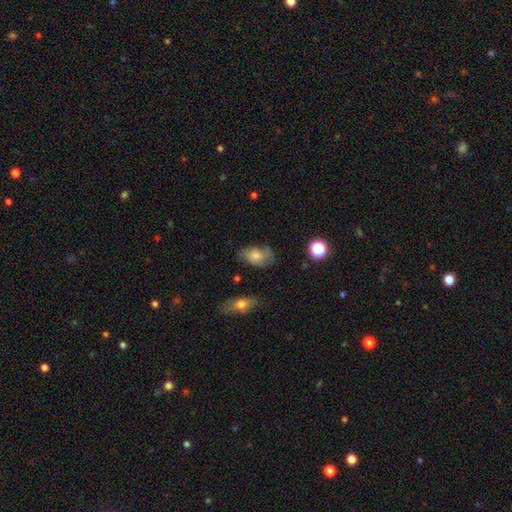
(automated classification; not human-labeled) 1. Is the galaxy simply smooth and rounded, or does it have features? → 50% smooth, 40% featured or disk, 9% star or artifact.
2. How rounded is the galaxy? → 84% in between, 14% round, 2% cigar-shaped.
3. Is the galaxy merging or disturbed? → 54% none, 29% minor disturbance, 15% major disturbance, 3% merger.